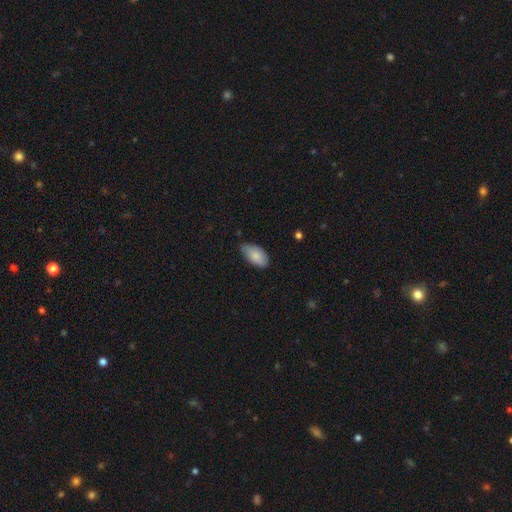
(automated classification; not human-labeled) The model was most divided on "merging": none: 65%, minor disturbance: 30%, major disturbance: 4%, merger: 1%. More confident: how rounded — in between (94%); smooth or featured — smooth (84%).